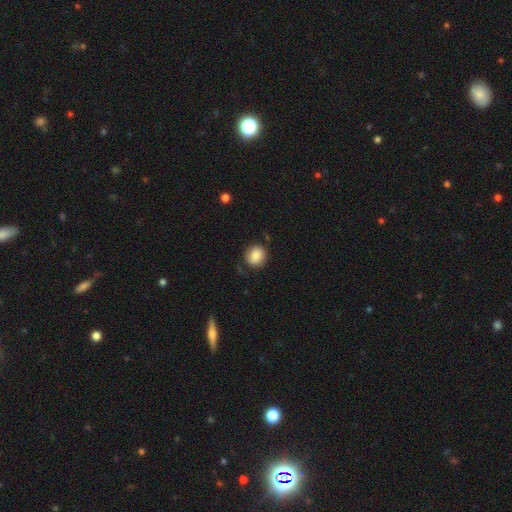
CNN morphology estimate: smooth-or-featured: smooth: 85% | star or artifact: 8% | featured or disk: 7%
  how-rounded: round: 74% | in between: 25% | cigar-shaped: 1%
  merging: none: 77% | minor disturbance: 16% | major disturbance: 5% | merger: 2%